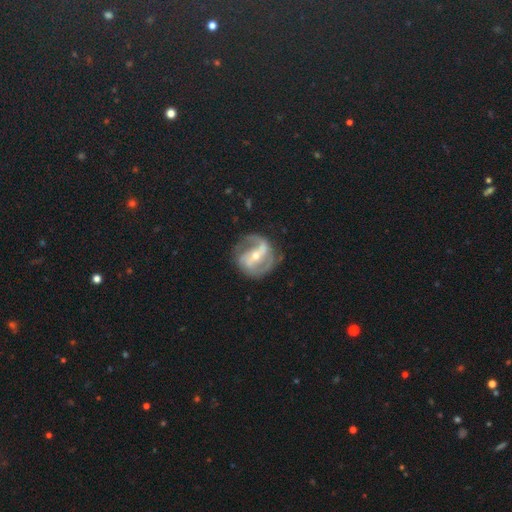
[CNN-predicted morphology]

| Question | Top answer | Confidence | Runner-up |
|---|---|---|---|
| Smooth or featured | featured or disk | 89% | smooth (6%) |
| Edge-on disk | no | 97% | yes (3%) |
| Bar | strong | 49% | weak (32%) |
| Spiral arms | yes | 95% | no (5%) |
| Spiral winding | medium | 51% | loose (25%) |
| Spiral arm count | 2 | 83% | 3 (5%) |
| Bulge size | small | 52% | moderate (45%) |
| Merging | none | 71% | minor disturbance (17%) |